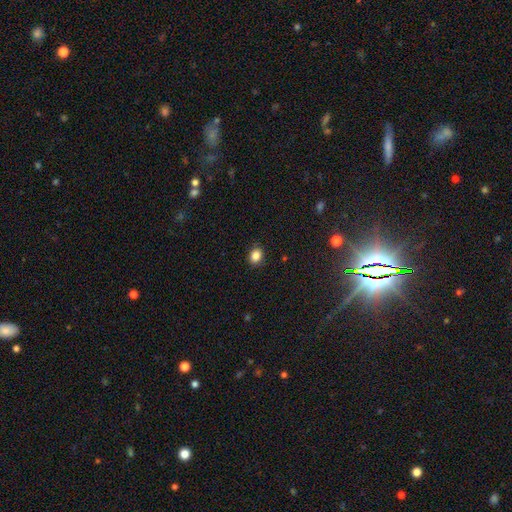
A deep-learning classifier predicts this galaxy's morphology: smooth 86%, star or artifact 10%, featured or disk 4%. Down the decision tree: how rounded — round (52%); merging — none (88%).